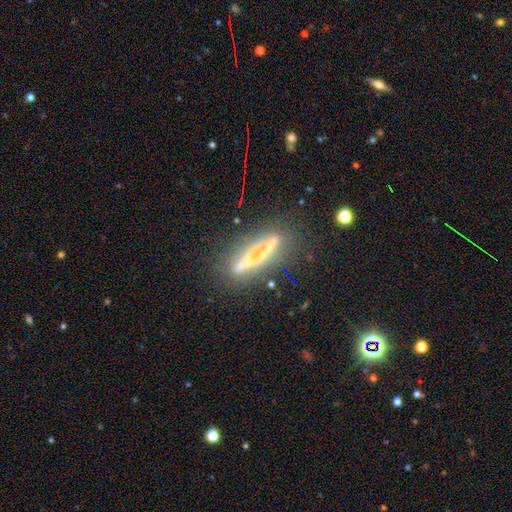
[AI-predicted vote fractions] Overall: featured or disk (65%). Edge-on disk: yes (76%). Edge-on bulge: none (54%; rounded 37%). Merging: none (69%).